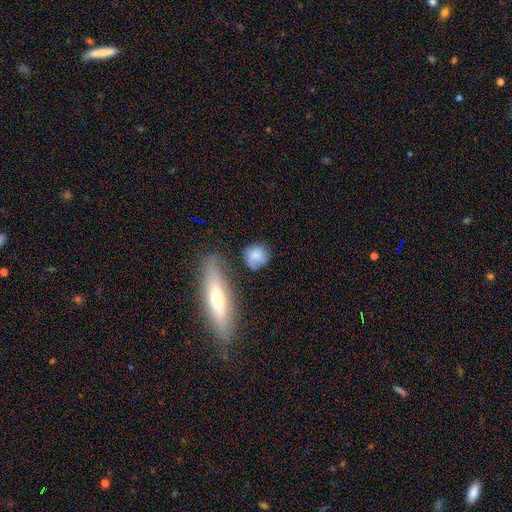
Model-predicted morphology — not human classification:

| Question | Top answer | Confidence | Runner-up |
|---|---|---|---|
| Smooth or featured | smooth | 72% | featured or disk (19%) |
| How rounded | round | 75% | in between (21%) |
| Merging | none | 60% | minor disturbance (24%) |